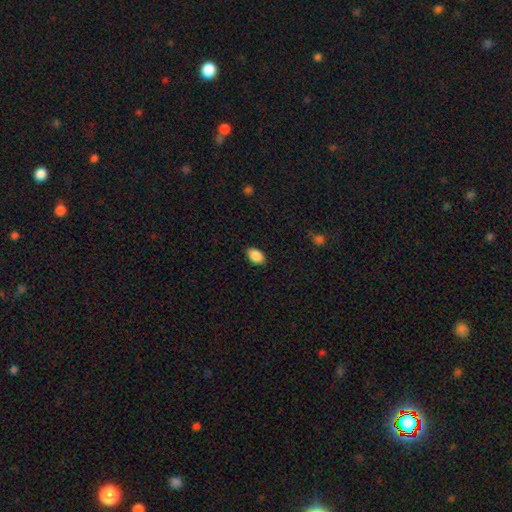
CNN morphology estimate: smooth 89%, star or artifact 7%, featured or disk 3%. Down the decision tree: how rounded — in between (88%); merging — none (87%).